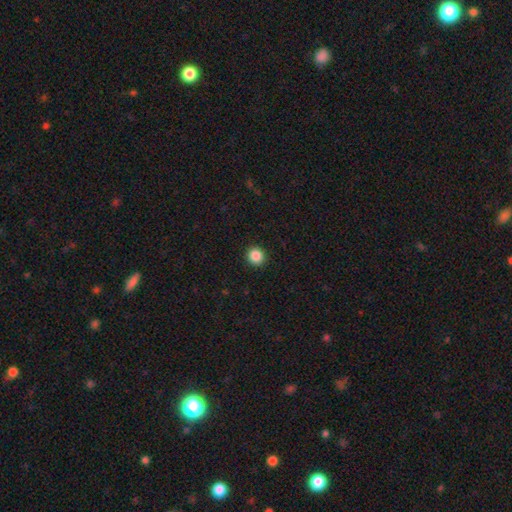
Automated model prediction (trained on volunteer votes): Smooth or featured: smooth — 87% (star or artifact — 10%)
How rounded: round — 93% (in between — 6%)
Merging: none — 93% (minor disturbance — 5%)